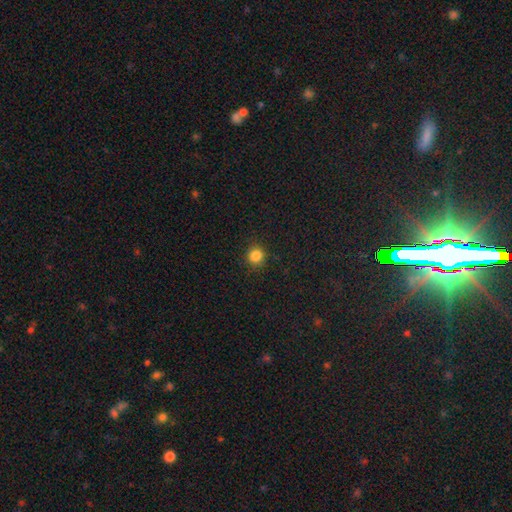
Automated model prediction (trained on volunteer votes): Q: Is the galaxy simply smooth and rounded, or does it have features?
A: smooth — 84%.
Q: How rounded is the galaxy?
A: round — 90%.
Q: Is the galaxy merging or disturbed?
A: none — 89%.